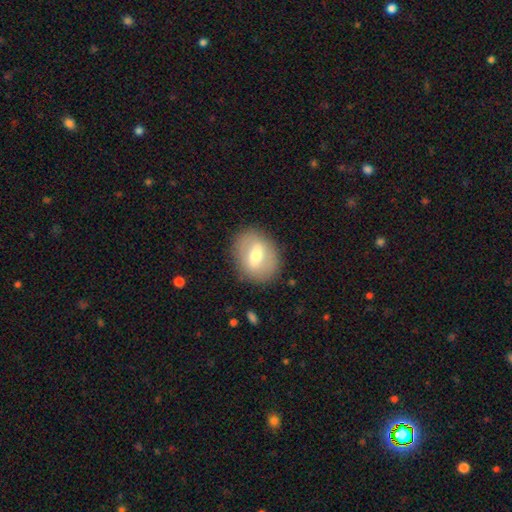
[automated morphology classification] Smooth or featured: smooth — 50% (featured or disk — 43%)
How rounded: in between — 53% (round — 45%)
Merging: none — 84% (minor disturbance — 11%)